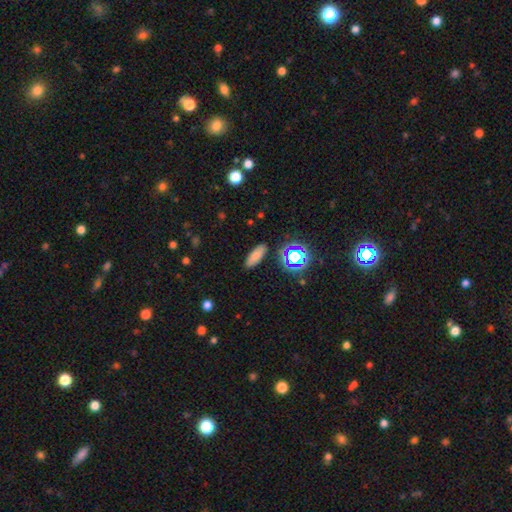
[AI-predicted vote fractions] The model was most divided on "how rounded": in between: 67%, cigar-shaped: 28%, round: 6%. More confident: merging — none (85%); smooth or featured — smooth (73%).